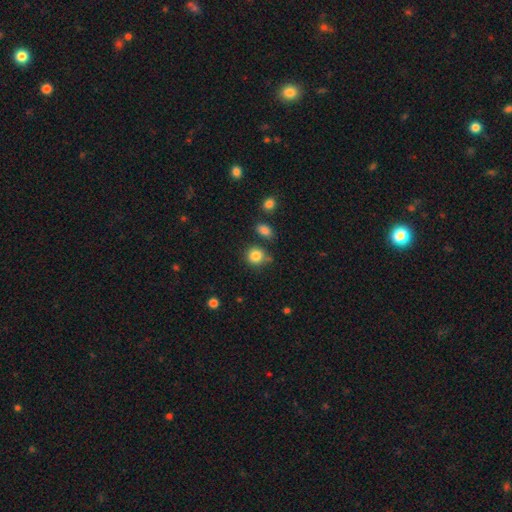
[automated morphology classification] The model was most divided on "merging": none: 73%, minor disturbance: 15%, merger: 8%, major disturbance: 4%. More confident: how rounded — round (86%); smooth or featured — smooth (84%).